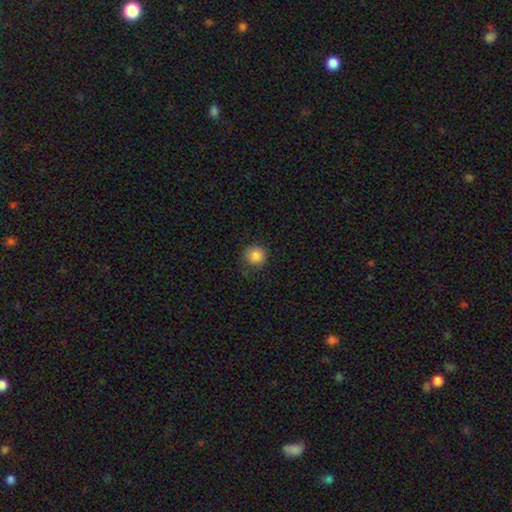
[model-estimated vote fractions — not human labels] Smooth or featured? Predicted: smooth (p=0.86). How rounded? Predicted: round (p=0.92). Merging? Predicted: none (p=0.82).